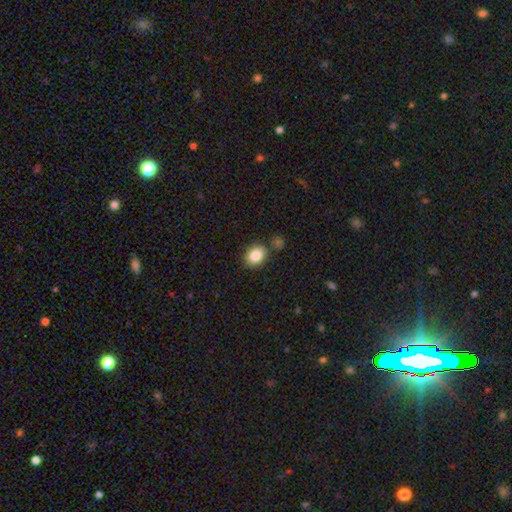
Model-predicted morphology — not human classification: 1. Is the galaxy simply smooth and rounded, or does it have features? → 86% smooth, 8% star or artifact, 6% featured or disk.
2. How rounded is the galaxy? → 59% in between, 40% round, 1% cigar-shaped.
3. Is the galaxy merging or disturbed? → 76% none, 13% minor disturbance, 8% merger, 3% major disturbance.